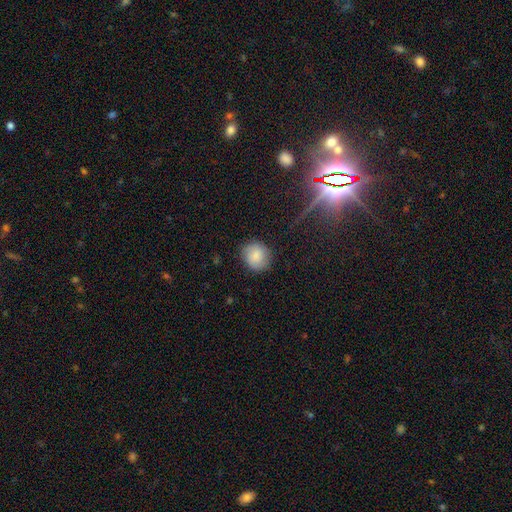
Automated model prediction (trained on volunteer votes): smooth-or-featured: smooth: 82% | featured or disk: 10% | star or artifact: 8%
  how-rounded: round: 79% | in between: 20% | cigar-shaped: 1%
  merging: none: 84% | minor disturbance: 12% | major disturbance: 3% | merger: 1%